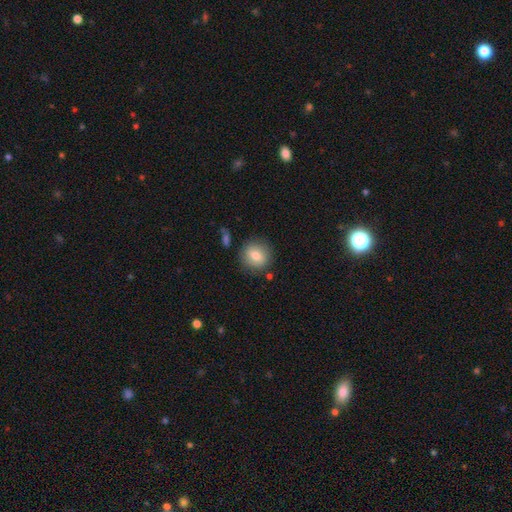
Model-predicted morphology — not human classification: A smooth galaxy with no disk features (74%) that is round (84%). Merging: none (84%).